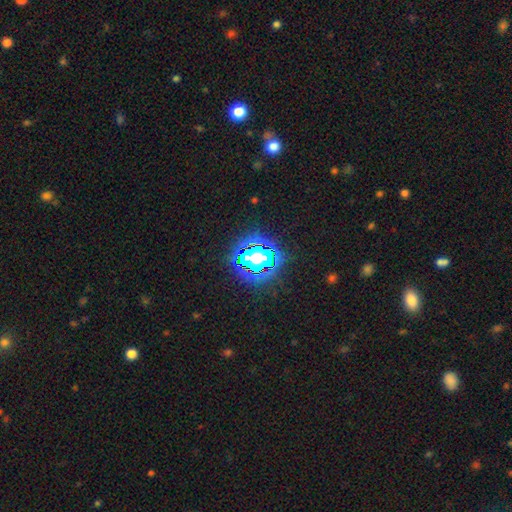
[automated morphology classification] Smooth or featured: star or artifact — 73% (smooth — 17%)